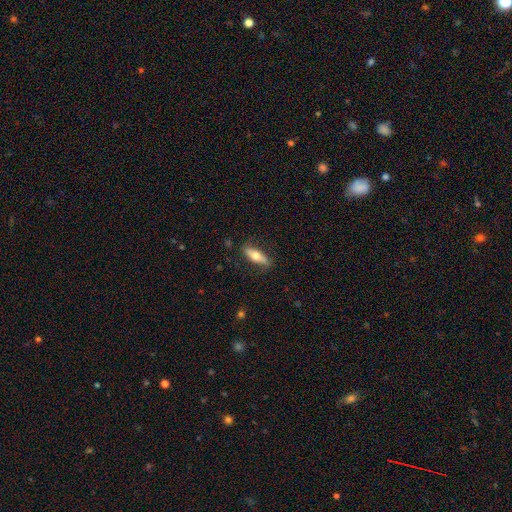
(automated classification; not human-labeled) Smooth or featured? smooth (61%)
How rounded? in between (54%)
Merging? none (80%)